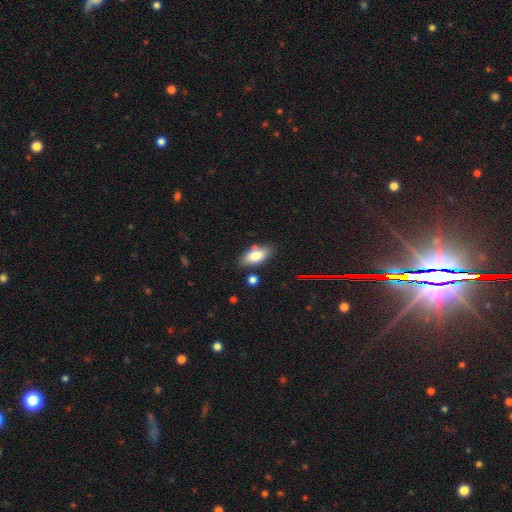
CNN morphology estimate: Smooth or featured: smooth — 77% (featured or disk — 15%)
How rounded: in between — 87% (cigar-shaped — 9%)
Merging: none — 77% (minor disturbance — 13%)